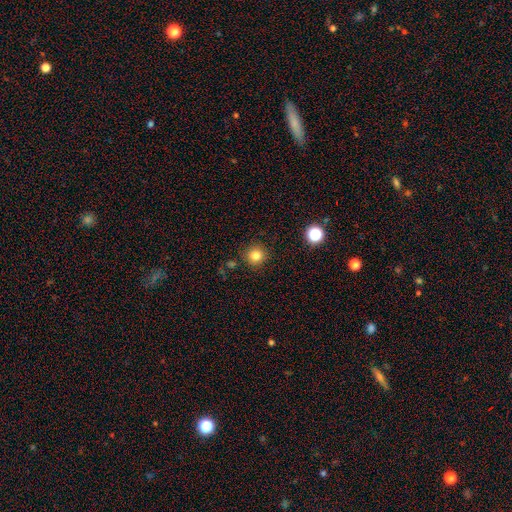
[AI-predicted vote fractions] Q: Smooth or featured?
A: smooth (81%); runner-up: star or artifact (13%)
Q: How rounded?
A: round (95%); runner-up: in between (4%)
Q: Merging?
A: none (89%); runner-up: minor disturbance (6%)